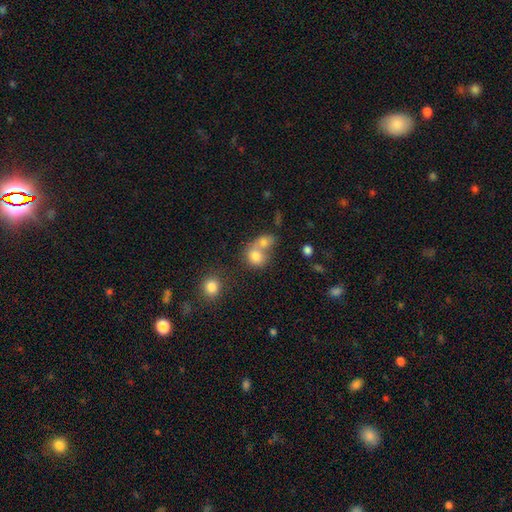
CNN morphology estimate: A smooth galaxy with no disk features (77%) that is round (67%).

Vote fractions:
- Smooth or featured? smooth: 77% / featured or disk: 12% / star or artifact: 11%
- How rounded? round: 67% / in between: 32% / cigar-shaped: 1%
- Merging? merger: 61% / none: 28% / minor disturbance: 7% / major disturbance: 4%